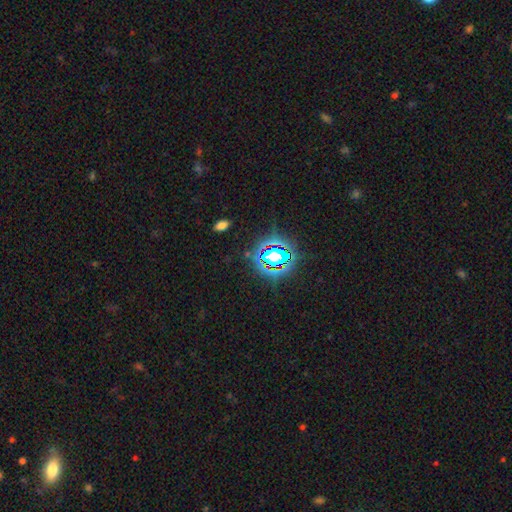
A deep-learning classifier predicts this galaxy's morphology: Smooth or featured? star or artifact (78%)